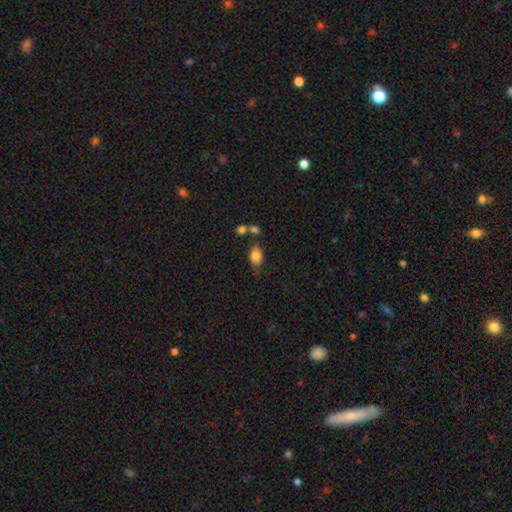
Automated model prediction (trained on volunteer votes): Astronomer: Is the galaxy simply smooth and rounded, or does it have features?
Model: smooth — 83%.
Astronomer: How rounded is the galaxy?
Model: in between — 86%.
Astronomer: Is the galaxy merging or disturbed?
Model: none — 61%.